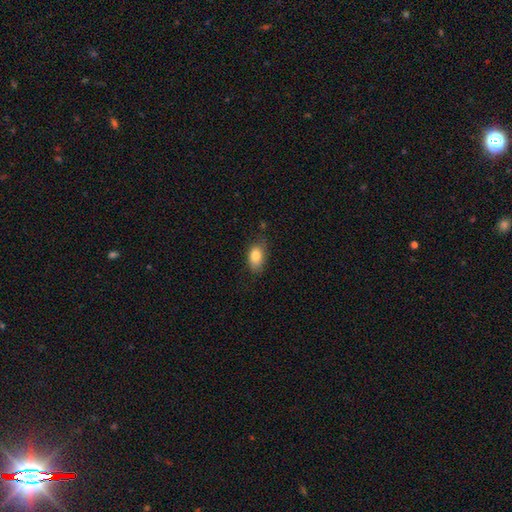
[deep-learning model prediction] The model was most divided on "merging": none: 70%, minor disturbance: 24%, major disturbance: 5%, merger: 2%. More confident: how rounded — in between (88%); smooth or featured — smooth (83%).